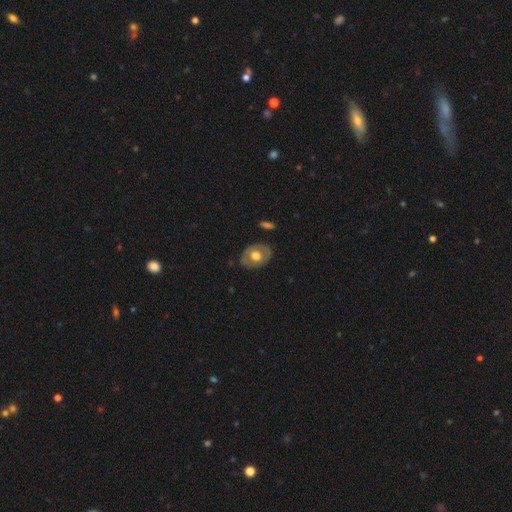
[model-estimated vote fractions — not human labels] Morphology: type=smooth (50%); merging=none (79%).